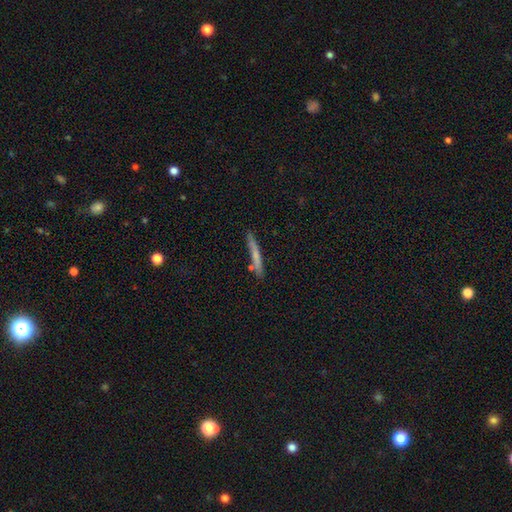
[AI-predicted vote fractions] A smooth galaxy with no disk features (57%) that is cigar-shaped (95%). Merging: none (81%).